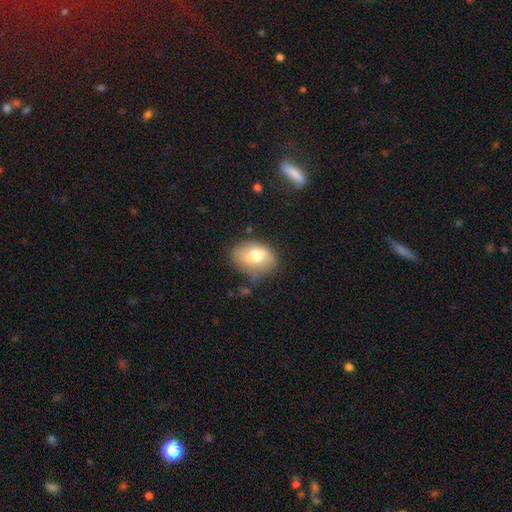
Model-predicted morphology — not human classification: smooth_or_featured: smooth (p=0.70) [alt: featured or disk p=0.23]
how_rounded: in between (p=0.77) [alt: round p=0.22]
merging: none (p=0.58) [alt: minor disturbance p=0.28]